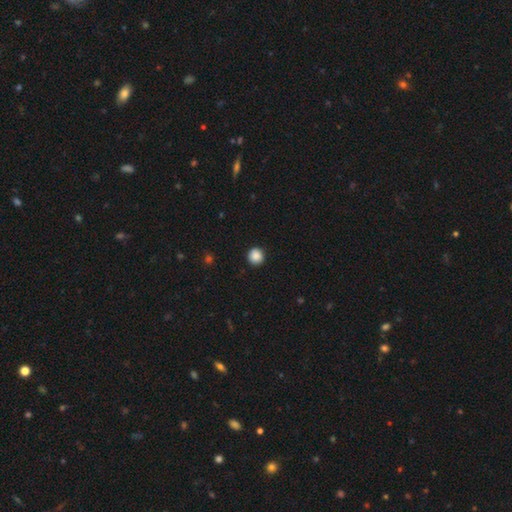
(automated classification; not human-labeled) Smooth or featured?
  - smooth: 88% *
  - star or artifact: 9%
  - featured or disk: 3%
How rounded?
  - round: 95% *
  - in between: 5%
  - cigar-shaped: 1%
Merging?
  - none: 92% *
  - minor disturbance: 5%
  - major disturbance: 2%
  - merger: 1%